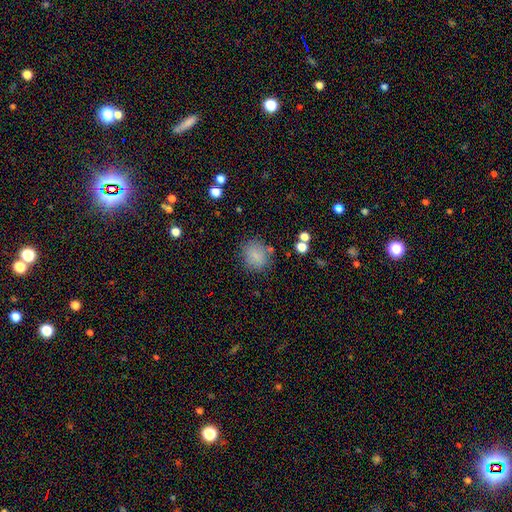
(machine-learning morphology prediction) This appears to be a smooth galaxy with no disk features (80%) that is round (68%). Merging: none (78%).